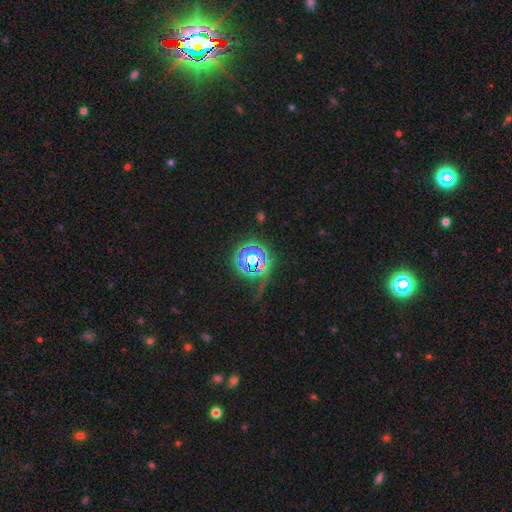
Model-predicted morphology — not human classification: type=star or artifact (53%).